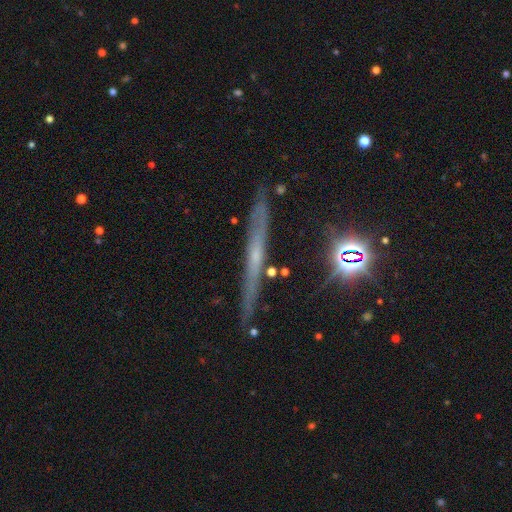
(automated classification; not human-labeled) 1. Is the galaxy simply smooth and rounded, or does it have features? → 61% featured or disk, 26% smooth, 14% star or artifact.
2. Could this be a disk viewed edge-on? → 93% yes, 7% no.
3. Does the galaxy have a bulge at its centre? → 62% none, 32% rounded, 5% boxy.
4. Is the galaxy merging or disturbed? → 83% none, 12% minor disturbance, 2% major disturbance, 2% merger.